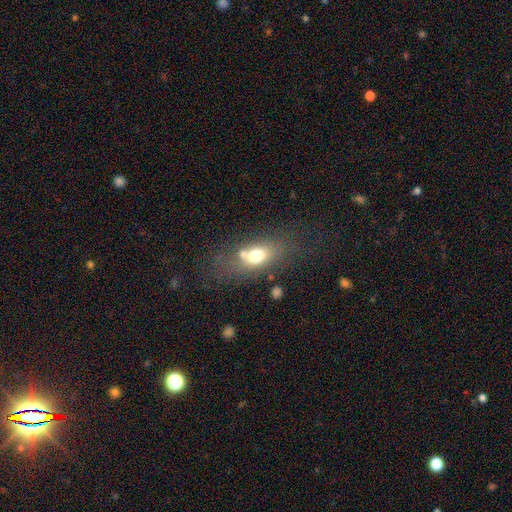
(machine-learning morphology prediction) smooth_or_featured: smooth (p=0.66) [alt: featured or disk p=0.23]
how_rounded: in between (p=0.76) [alt: round p=0.17]
merging: none (p=0.52) [alt: merger p=0.19]